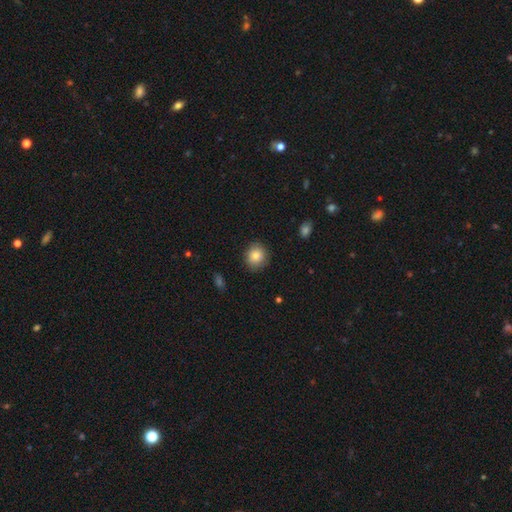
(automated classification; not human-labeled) A smooth galaxy with no disk features (83%) that is round (79%). Merging: none (84%).